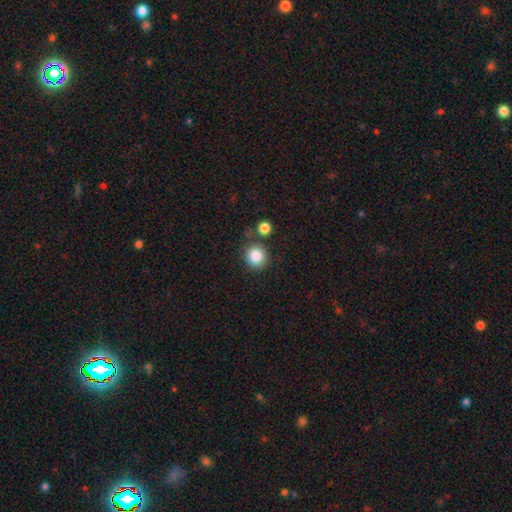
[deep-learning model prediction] Smooth or featured? Predicted: smooth (p=0.86). How rounded? Predicted: round (p=0.91). Merging? Predicted: none (p=0.78).